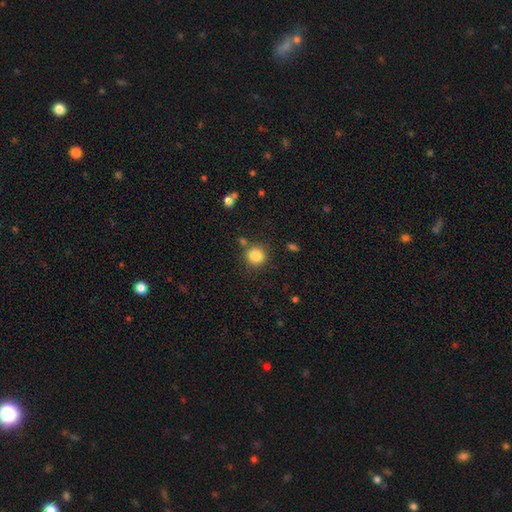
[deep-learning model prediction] The model was most divided on "merging": none: 82%, minor disturbance: 9%, merger: 6%, major disturbance: 3%. More confident: how rounded — round (90%); smooth or featured — smooth (85%).